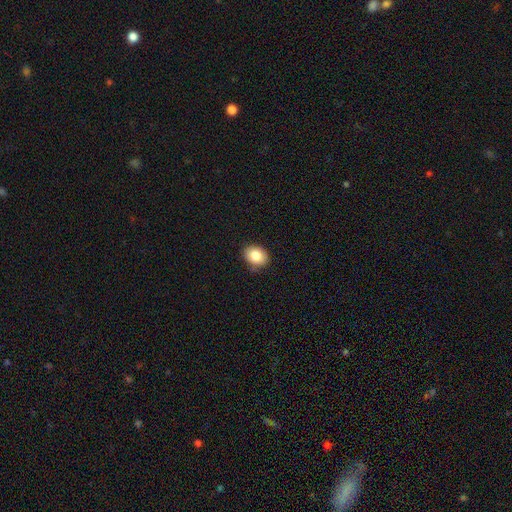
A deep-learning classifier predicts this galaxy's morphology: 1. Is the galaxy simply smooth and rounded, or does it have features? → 84% smooth, 8% star or artifact, 7% featured or disk.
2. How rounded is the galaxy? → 63% in between, 36% round, 1% cigar-shaped.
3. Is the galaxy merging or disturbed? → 85% none, 12% minor disturbance, 2% major disturbance, 1% merger.